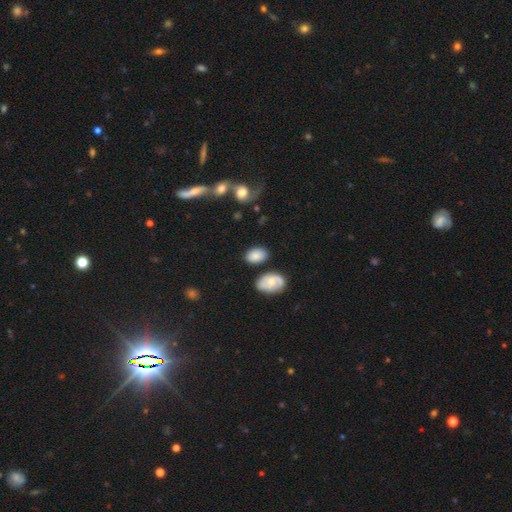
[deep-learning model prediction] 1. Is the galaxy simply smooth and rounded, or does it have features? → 82% smooth, 11% featured or disk, 8% star or artifact.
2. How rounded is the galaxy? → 84% in between, 15% round, 1% cigar-shaped.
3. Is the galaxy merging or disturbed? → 73% none, 15% minor disturbance, 7% merger, 5% major disturbance.